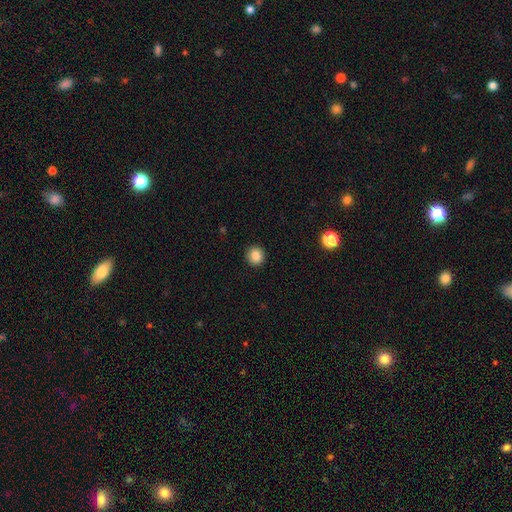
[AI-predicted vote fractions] A smooth galaxy with no disk features (85%) that is round (90%). Merging: none (92%).